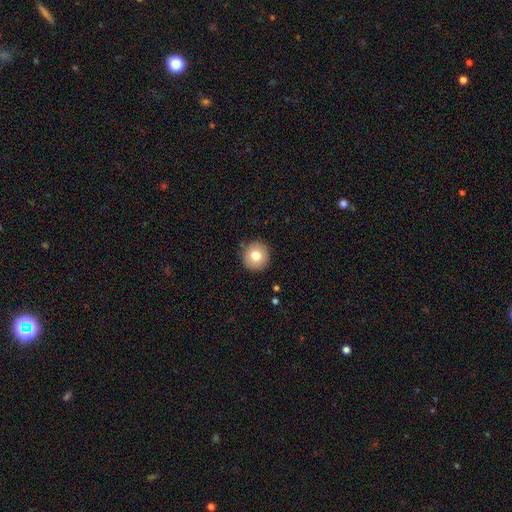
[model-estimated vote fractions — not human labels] A smooth galaxy with no disk features (77%) that is round (95%). Merging: none (90%).